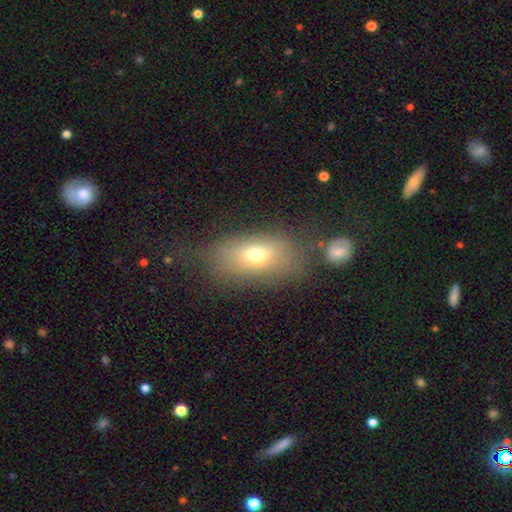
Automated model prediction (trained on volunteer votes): smooth-or-featured: smooth: 67% | featured or disk: 21% | star or artifact: 12%
  how-rounded: in between: 85% | round: 11% | cigar-shaped: 5%
  merging: none: 61% | minor disturbance: 17% | major disturbance: 12% | merger: 9%